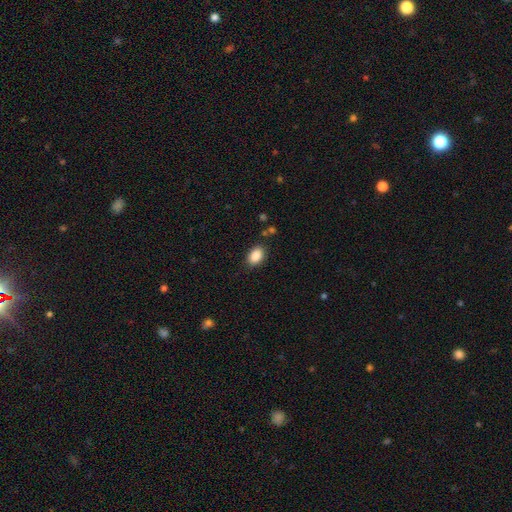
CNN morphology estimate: This is clearly a smooth galaxy (88%). How rounded: clearly in between (86%). Merging: clearly none (84%).